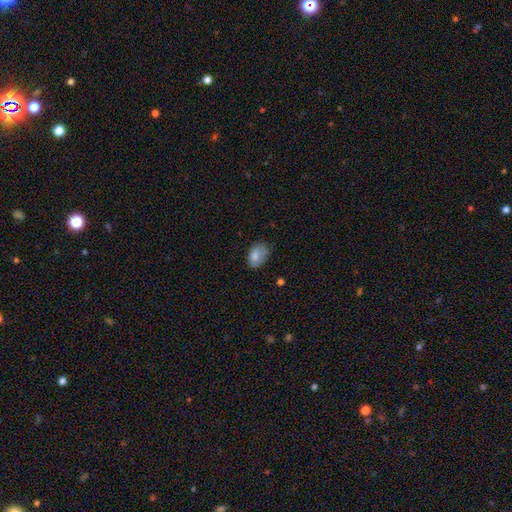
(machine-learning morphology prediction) type=smooth (81%); roundness=in between (85%); merging=none (56%).